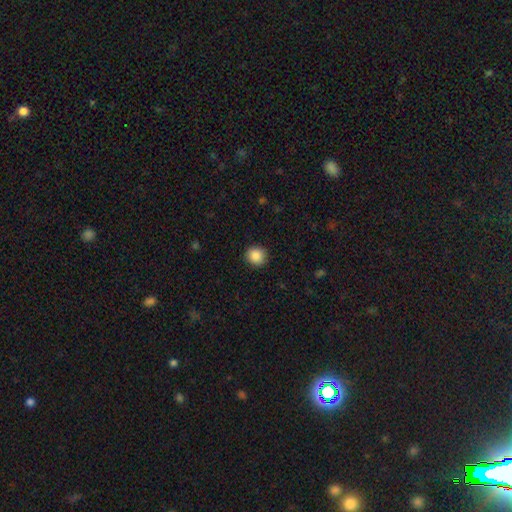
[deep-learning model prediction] A smooth galaxy with no disk features (88%) that is round (89%). Merging: none (90%).